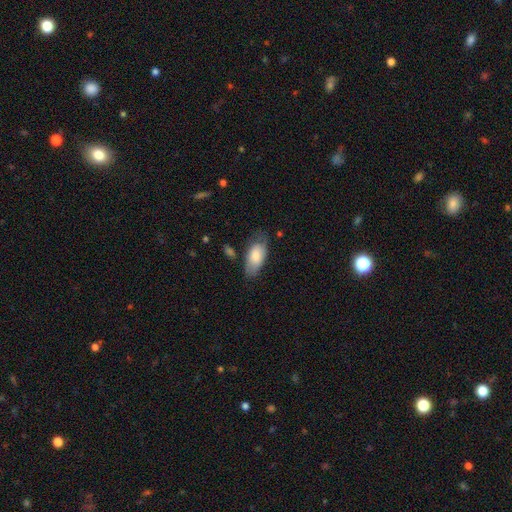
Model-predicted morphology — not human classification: Overall: smooth (78%). How rounded: in between (92%). Merging: none (56%; minor disturbance 31%).